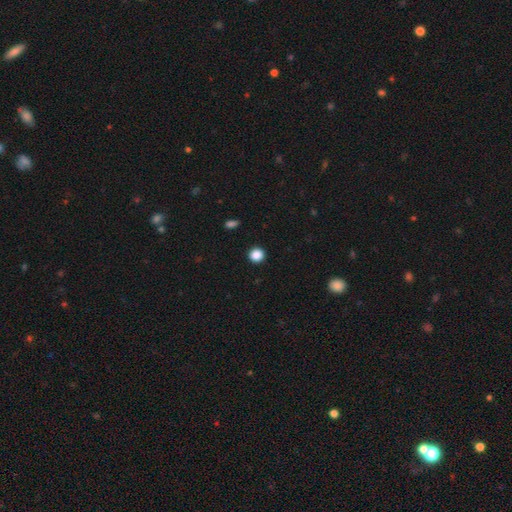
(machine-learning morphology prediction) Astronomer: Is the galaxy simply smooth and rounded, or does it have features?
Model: smooth — 87%.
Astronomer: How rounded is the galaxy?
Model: round — 90%.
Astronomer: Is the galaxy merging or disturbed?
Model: none — 92%.